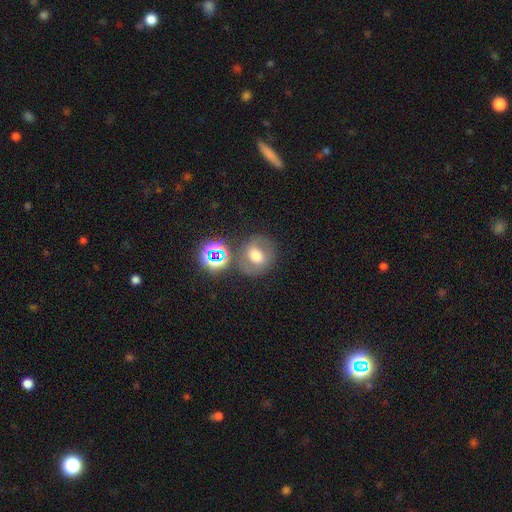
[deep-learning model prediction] Q: Smooth or featured?
A: smooth (52%); runner-up: featured or disk (30%)
Q: How rounded?
A: round (72%); runner-up: in between (27%)
Q: Merging?
A: none (67%); runner-up: minor disturbance (15%)